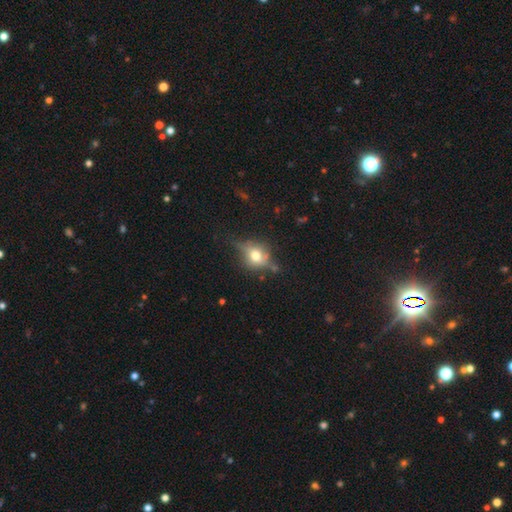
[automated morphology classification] This appears to be a smooth galaxy with no disk features (53%) that is round (58%). Merging: none (64%).